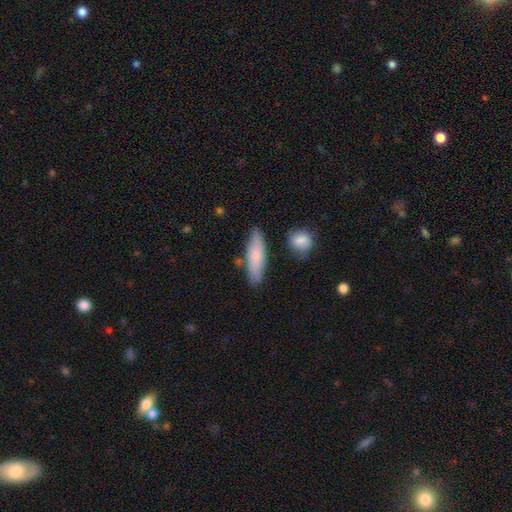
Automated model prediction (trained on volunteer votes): A smooth galaxy with no disk features (76%) that is cigar-shaped (62%). Merging: none (81%).